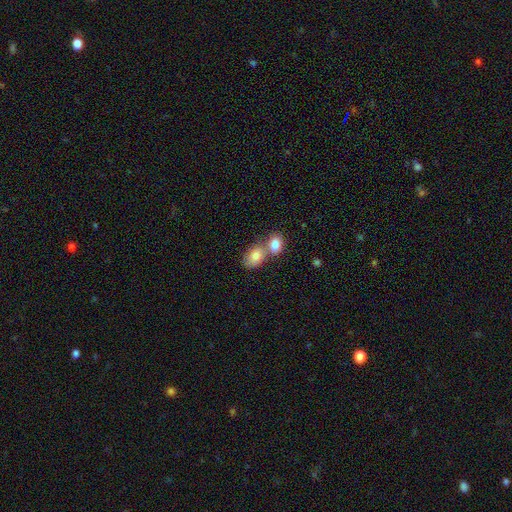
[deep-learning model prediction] Morphology: type=smooth (80%); roundness=in between (81%); merging=merger (57%).